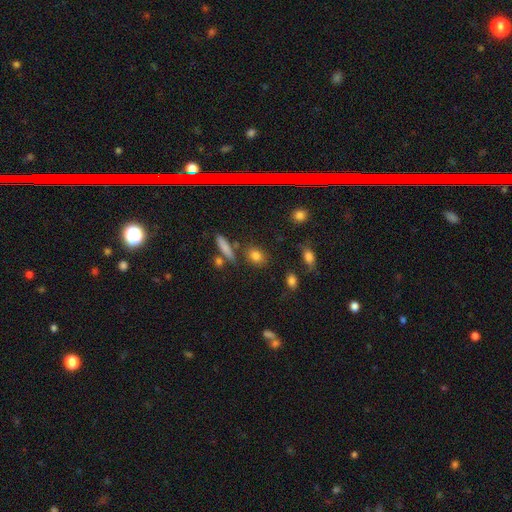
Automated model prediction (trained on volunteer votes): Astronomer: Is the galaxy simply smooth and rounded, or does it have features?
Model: smooth — 79%.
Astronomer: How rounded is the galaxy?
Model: in between — 50% (runner-up: round, 42%).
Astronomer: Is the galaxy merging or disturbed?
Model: none — 78%.